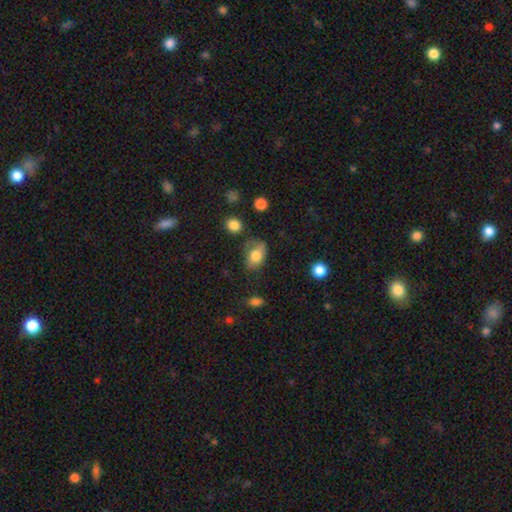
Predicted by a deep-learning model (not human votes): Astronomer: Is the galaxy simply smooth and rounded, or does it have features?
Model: smooth — 71%.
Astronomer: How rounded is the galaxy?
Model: in between — 76%.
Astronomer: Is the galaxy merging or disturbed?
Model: none — 45% (runner-up: minor disturbance, 31%).